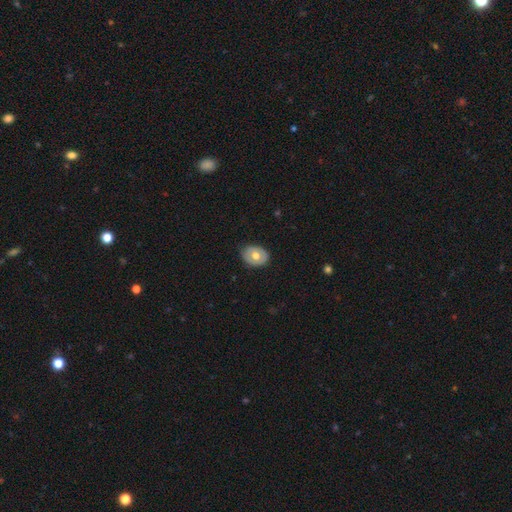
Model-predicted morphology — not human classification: Smooth or featured? smooth (57%)
How rounded? in between (61%)
Merging? none (83%)